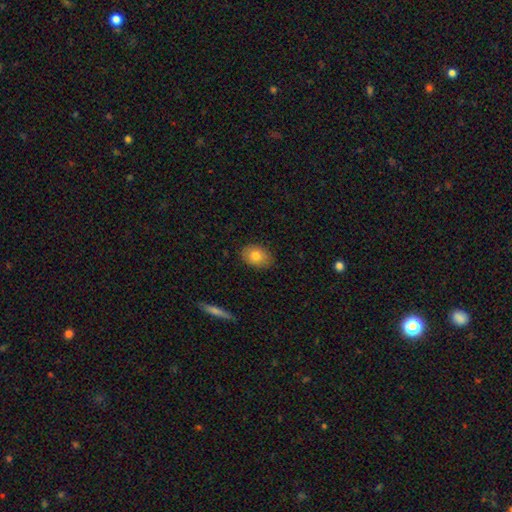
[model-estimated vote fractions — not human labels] smooth_or_featured: smooth (p=0.79) [alt: featured or disk p=0.13]
how_rounded: in between (p=0.72) [alt: round p=0.26]
merging: none (p=0.86) [alt: minor disturbance p=0.11]